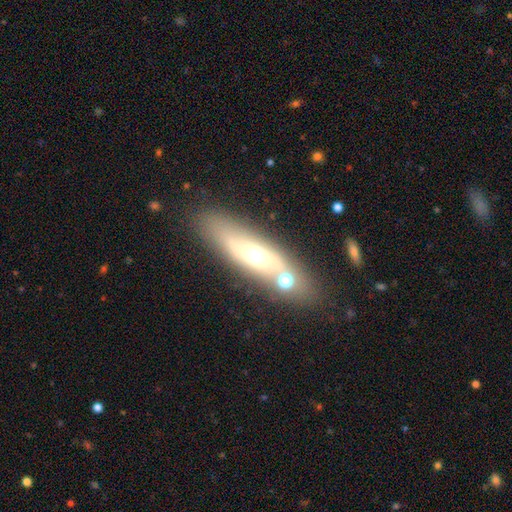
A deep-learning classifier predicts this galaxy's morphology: This is possibly a featured or disk galaxy (51%). It is possibly not viewed edge-on (57%). Merging: likely none (71%).